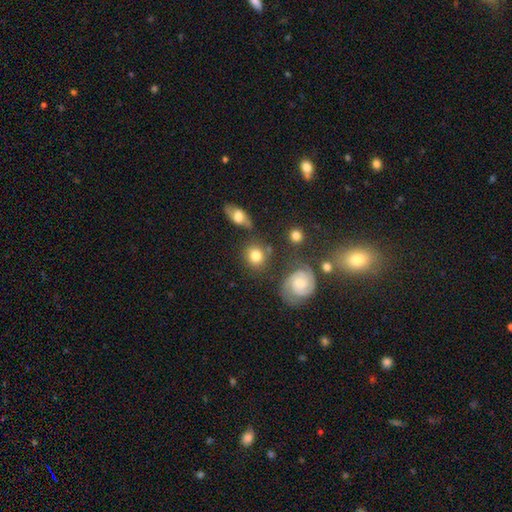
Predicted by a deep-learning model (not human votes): A smooth galaxy with no disk features (73%) that is round (80%).

Vote fractions:
- Smooth or featured? smooth: 73% / featured or disk: 18% / star or artifact: 9%
- How rounded? round: 80% / in between: 19% / cigar-shaped: 1%
- Merging? none: 72% / minor disturbance: 13% / merger: 9% / major disturbance: 5%